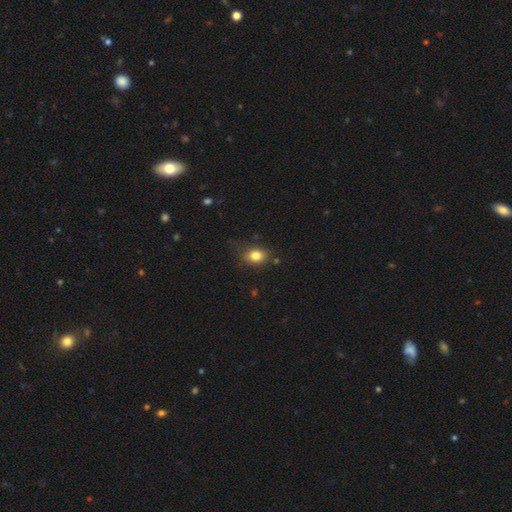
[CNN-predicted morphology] Smooth or featured? Predicted: smooth (p=0.82). How rounded? Predicted: in between (p=0.58). Merging? Predicted: none (p=0.72).